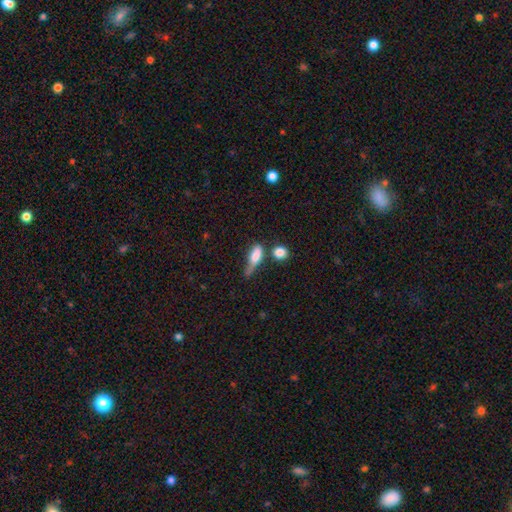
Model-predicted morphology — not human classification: This is likely a smooth galaxy (72%). How rounded: possibly in between (60%). Merging: marginally none (31%).